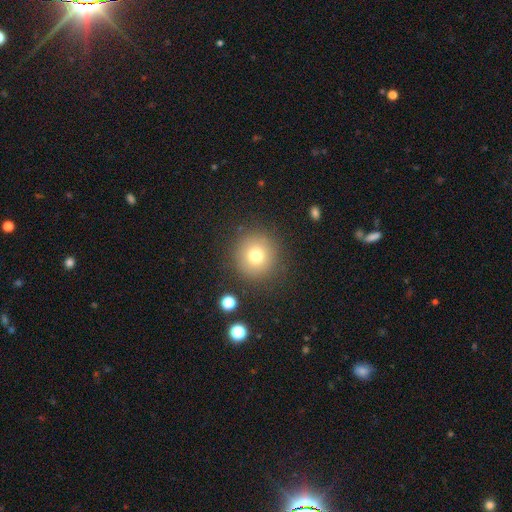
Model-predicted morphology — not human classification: This is likely a smooth galaxy (74%). How rounded: clearly round (94%). Merging: clearly none (87%).